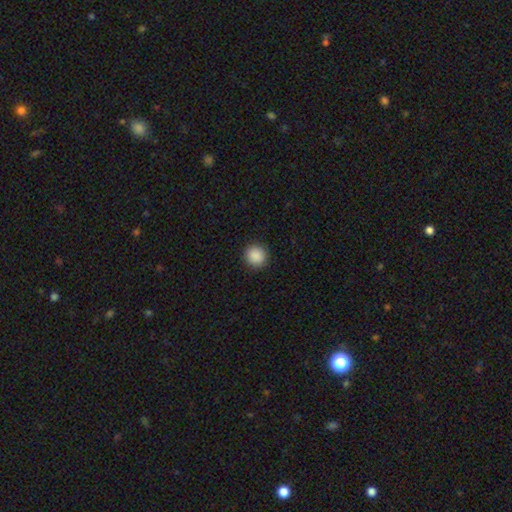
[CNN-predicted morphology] type=smooth (89%); roundness=round (94%); merging=none (92%).